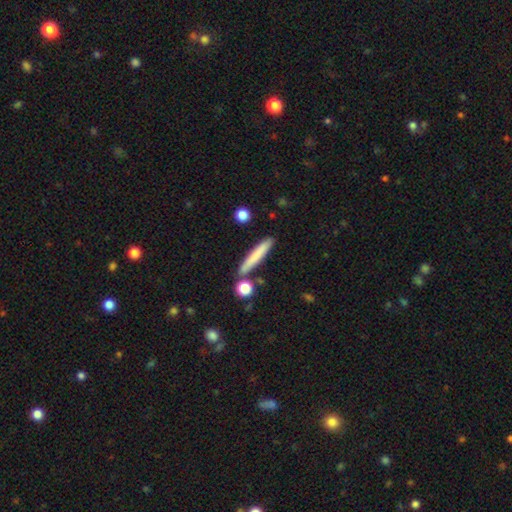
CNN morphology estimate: Smooth or featured?
  - smooth: 74% *
  - featured or disk: 19%
  - star or artifact: 7%
How rounded?
  - cigar-shaped: 93% *
  - in between: 5%
  - round: 2%
Merging?
  - none: 82% *
  - minor disturbance: 9%
  - merger: 6%
  - major disturbance: 2%